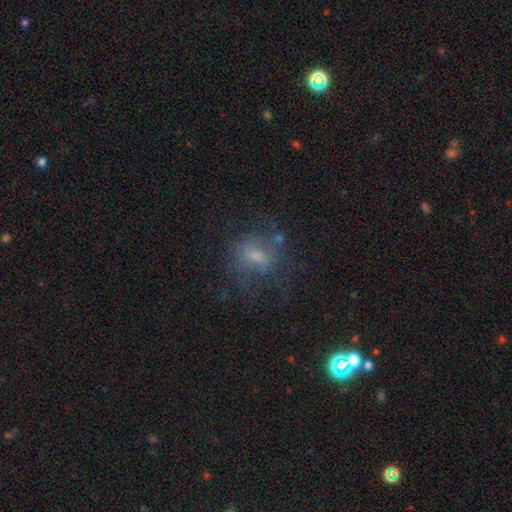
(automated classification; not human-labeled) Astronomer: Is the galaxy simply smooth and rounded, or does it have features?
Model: smooth — 48% (runner-up: featured or disk, 35%).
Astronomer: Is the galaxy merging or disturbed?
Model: none — 50% (runner-up: major disturbance, 26%).